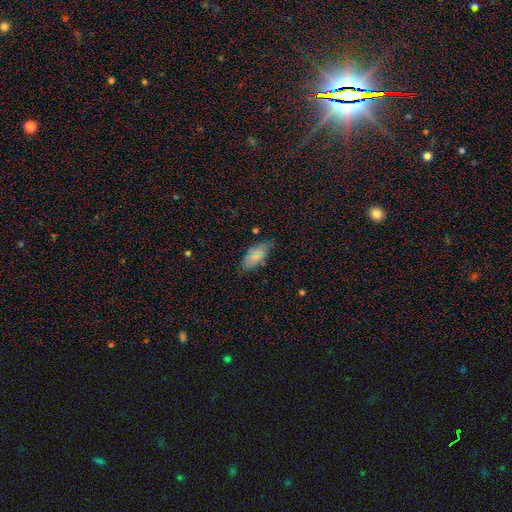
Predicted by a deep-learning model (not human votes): A smooth galaxy with no disk features (72%) that is in between round and cigar-shaped (92%).

Vote fractions:
- Smooth or featured? smooth: 72% / star or artifact: 18% / featured or disk: 10%
- How rounded? in between: 92% / cigar-shaped: 6% / round: 3%
- Merging? none: 82% / minor disturbance: 14% / major disturbance: 3% / merger: 1%